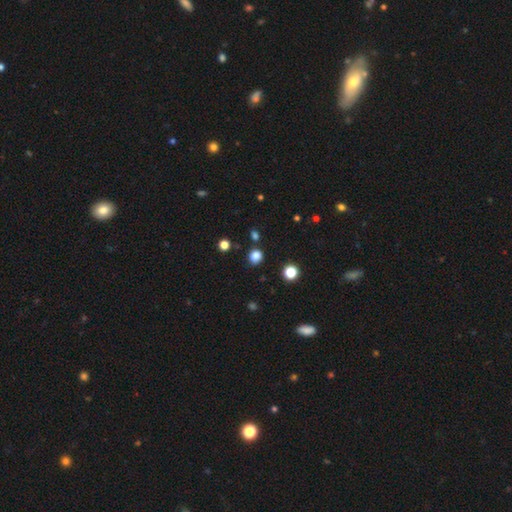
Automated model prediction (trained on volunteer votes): smooth_or_featured: smooth (p=0.81) [alt: star or artifact p=0.15]
how_rounded: round (p=0.84) [alt: in between p=0.15]
merging: none (p=0.83) [alt: minor disturbance p=0.10]